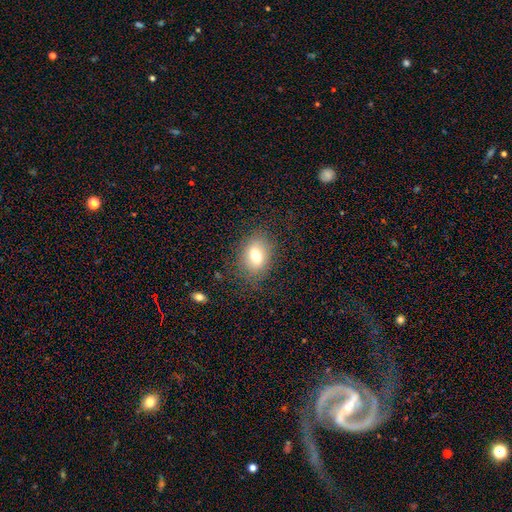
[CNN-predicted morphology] smooth-or-featured: smooth: 68% | featured or disk: 20% | star or artifact: 12%
  how-rounded: in between: 72% | round: 26% | cigar-shaped: 2%
  merging: none: 78% | minor disturbance: 14% | major disturbance: 7% | merger: 1%